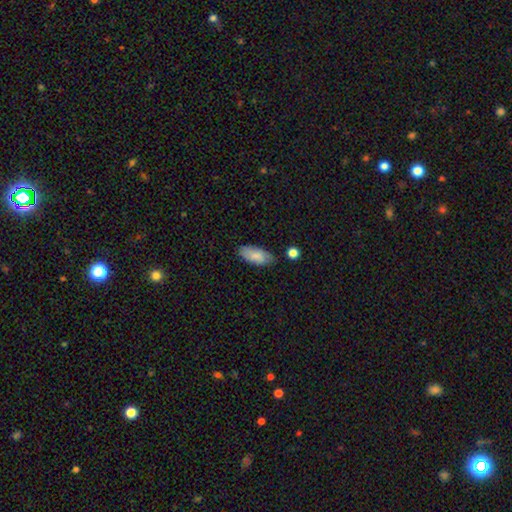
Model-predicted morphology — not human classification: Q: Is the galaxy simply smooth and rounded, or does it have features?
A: smooth — 82%.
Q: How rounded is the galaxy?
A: in between — 89%.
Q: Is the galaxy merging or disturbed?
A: none — 75%.